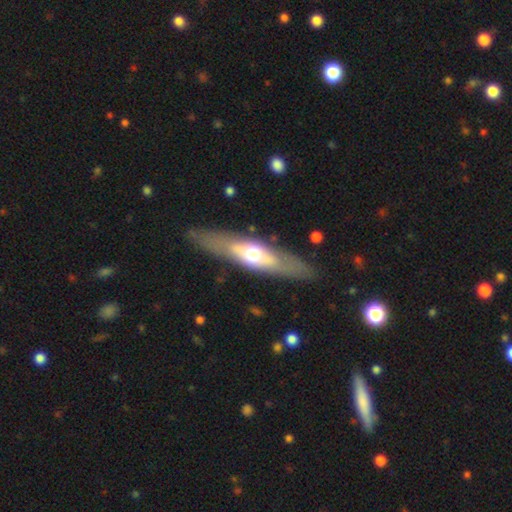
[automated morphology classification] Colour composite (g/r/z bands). It shows a featured or disk galaxy (59%) viewed edge-on (62%). Merging: none (84%).